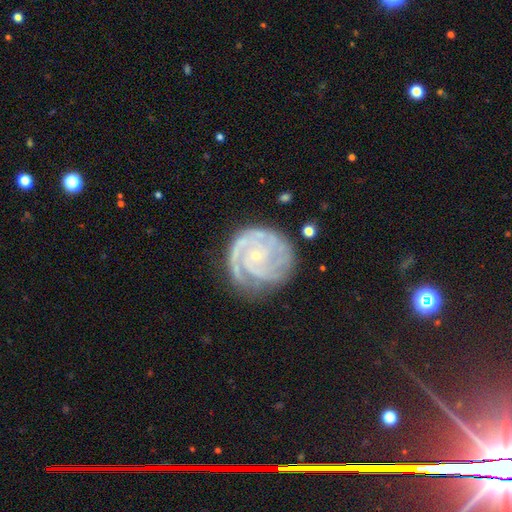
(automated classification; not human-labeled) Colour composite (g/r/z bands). It shows a featured or disk galaxy (87%) with no bar (77%), 3 (32%) tight (74%) spiral arms (97%) and a small central bulge (85%). Merging: none (72%).